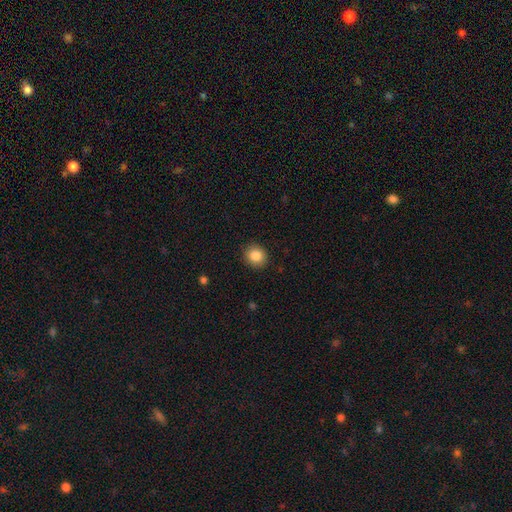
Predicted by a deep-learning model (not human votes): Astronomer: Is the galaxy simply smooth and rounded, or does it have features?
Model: smooth — 86%.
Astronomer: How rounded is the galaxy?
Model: round — 81%.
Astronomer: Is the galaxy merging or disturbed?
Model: none — 90%.